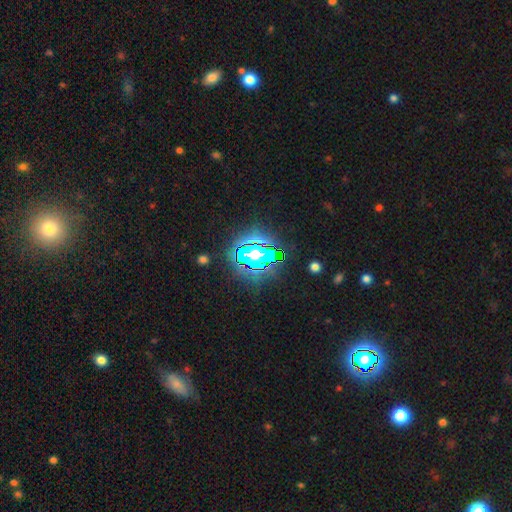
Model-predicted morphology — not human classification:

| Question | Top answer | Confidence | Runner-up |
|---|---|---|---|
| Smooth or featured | star or artifact | 82% | smooth (11%) |